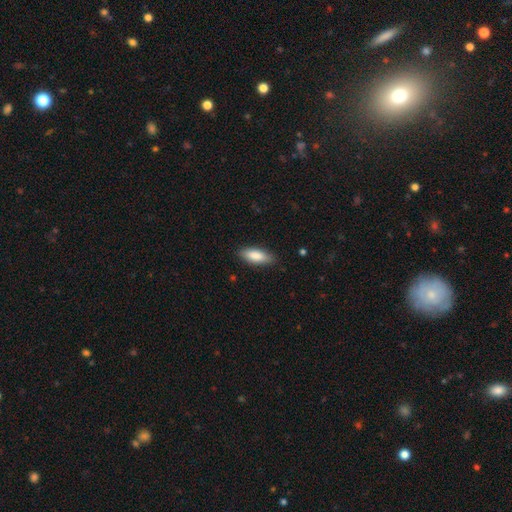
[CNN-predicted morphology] type=smooth (85%); roundness=in between (70%); merging=none (86%).